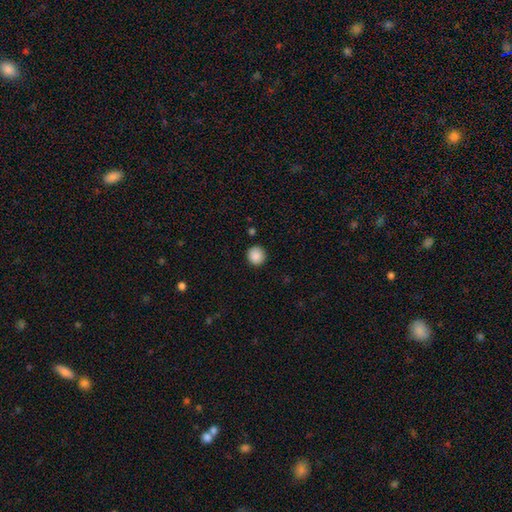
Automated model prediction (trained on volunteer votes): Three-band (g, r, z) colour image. It shows a smooth galaxy with no disk features (88%) that is round (91%). Merging: none (90%).